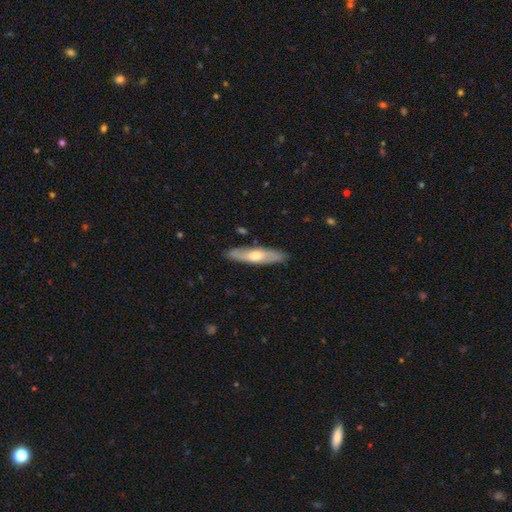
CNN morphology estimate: Smooth or featured: featured or disk — 51% (smooth — 44%)
Edge-on disk: yes — 64% (no — 36%)
Merging: none — 87% (minor disturbance — 9%)